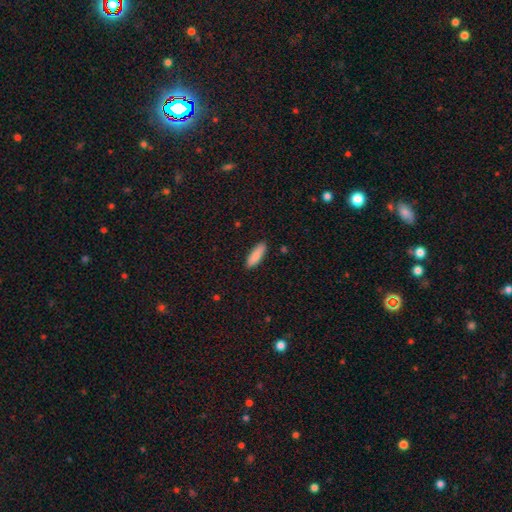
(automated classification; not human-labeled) Smooth or featured: smooth — 88% (star or artifact — 6%)
How rounded: cigar-shaped — 50% (in between — 49%)
Merging: none — 89% (minor disturbance — 8%)